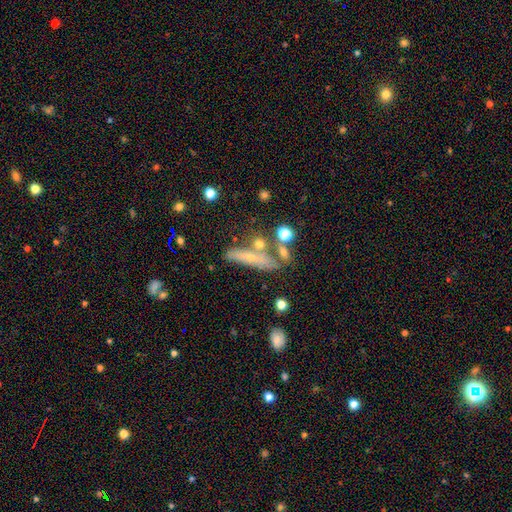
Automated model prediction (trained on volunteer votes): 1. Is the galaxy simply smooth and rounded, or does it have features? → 45% featured or disk, 41% smooth, 15% star or artifact.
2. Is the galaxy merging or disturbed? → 53% none, 20% minor disturbance, 16% merger, 10% major disturbance.